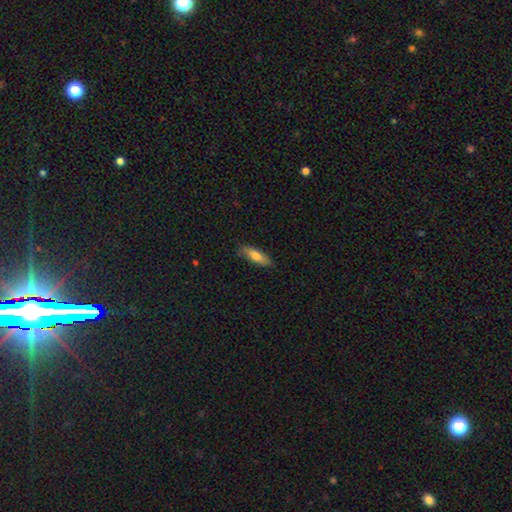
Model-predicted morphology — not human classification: smooth_or_featured: smooth (p=0.72) [alt: featured or disk p=0.21]
how_rounded: cigar-shaped (p=0.50) [alt: in between p=0.48]
merging: none (p=0.84) [alt: minor disturbance p=0.13]